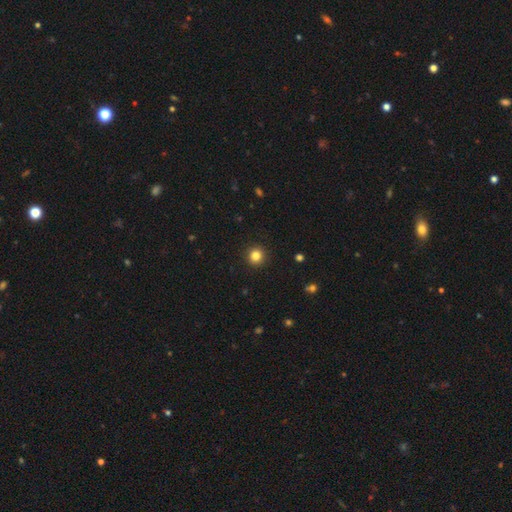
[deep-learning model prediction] Overall: smooth (84%). How rounded: round (94%). Merging: none (93%).